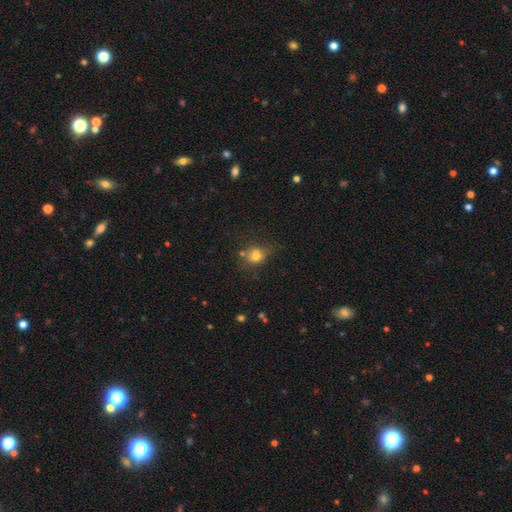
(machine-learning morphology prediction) Smooth or featured: smooth — 70% (featured or disk — 15%)
How rounded: round — 56% (in between — 42%)
Merging: none — 49% (minor disturbance — 22%)